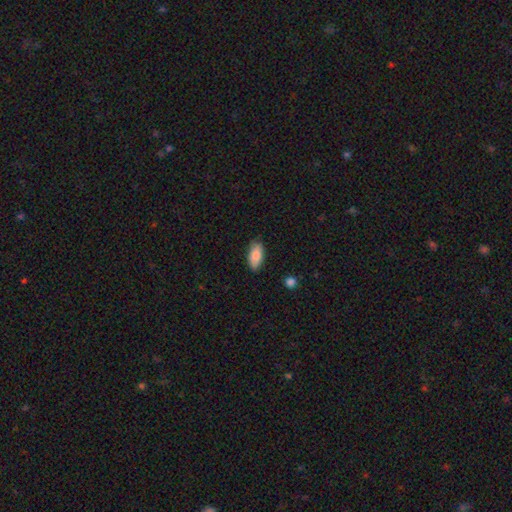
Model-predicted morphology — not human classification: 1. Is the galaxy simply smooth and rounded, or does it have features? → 87% smooth, 7% featured or disk, 6% star or artifact.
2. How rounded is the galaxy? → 91% in between, 7% cigar-shaped, 2% round.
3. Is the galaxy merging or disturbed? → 85% none, 11% minor disturbance, 2% major disturbance, 1% merger.